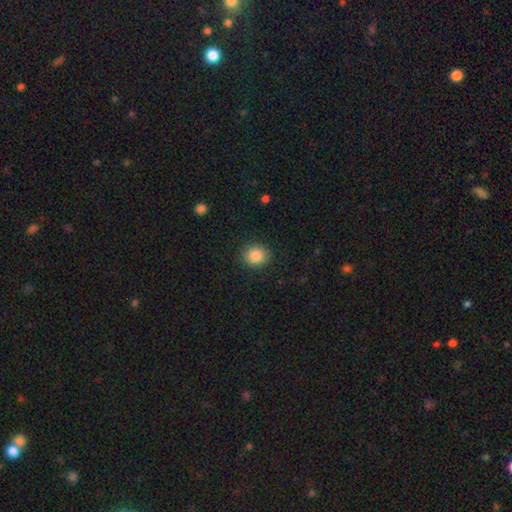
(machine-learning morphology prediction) Q: Smooth or featured?
A: smooth (86%); runner-up: star or artifact (9%)
Q: How rounded?
A: round (80%); runner-up: in between (19%)
Q: Merging?
A: none (89%); runner-up: minor disturbance (8%)